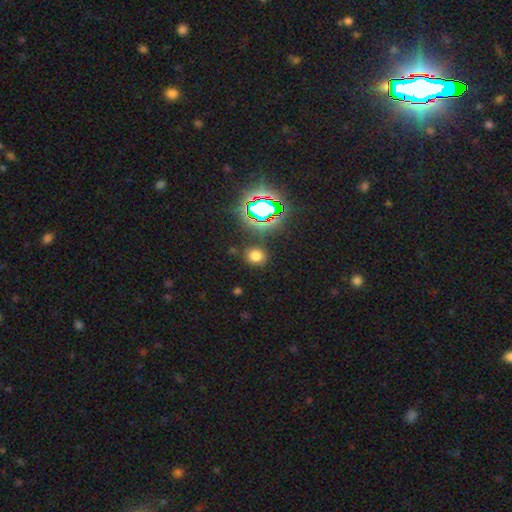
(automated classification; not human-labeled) Smooth or featured: smooth — 67% (star or artifact — 27%)
How rounded: round — 57% (in between — 42%)
Merging: none — 83% (minor disturbance — 10%)